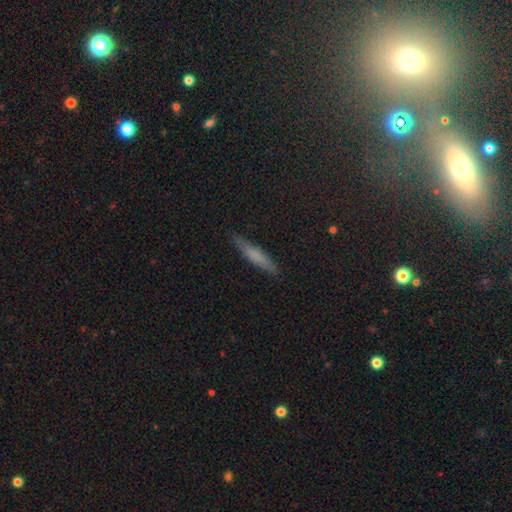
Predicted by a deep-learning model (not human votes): Smooth or featured?
  - smooth: 62% *
  - featured or disk: 29%
  - star or artifact: 10%
How rounded?
  - cigar-shaped: 91% *
  - in between: 8%
  - round: 2%
Merging?
  - none: 86% *
  - minor disturbance: 11%
  - major disturbance: 2%
  - merger: 1%